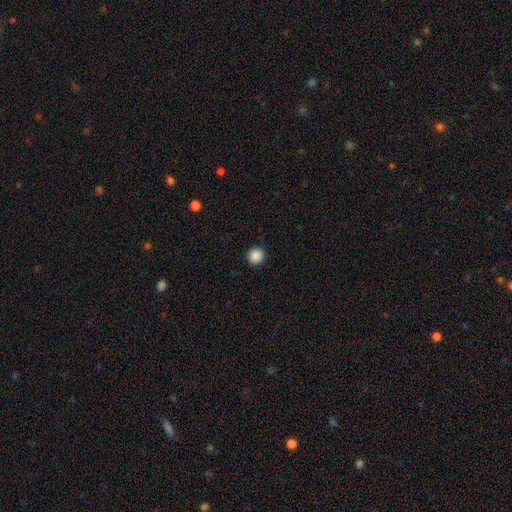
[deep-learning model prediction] This is clearly a smooth galaxy (88%). How rounded: clearly round (96%). Merging: clearly none (93%).